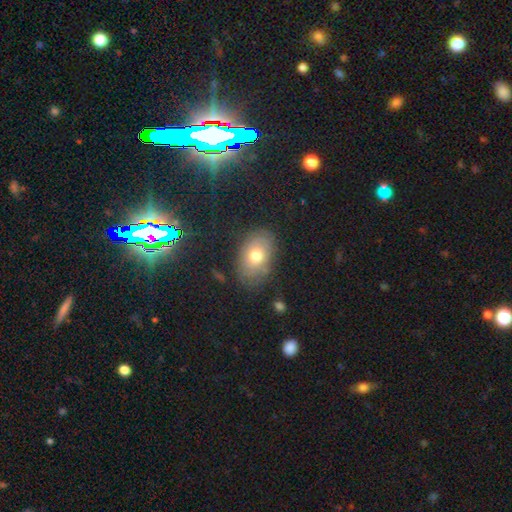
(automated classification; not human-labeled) The model was most divided on "smooth or featured": smooth: 64%, featured or disk: 25%, star or artifact: 11%. More confident: how rounded — in between (85%); merging — none (77%).